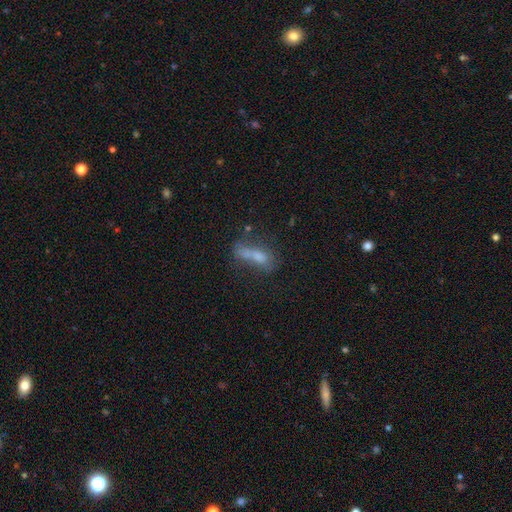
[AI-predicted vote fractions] This appears to be a smooth galaxy with no disk features (57%) that is in between round and cigar-shaped (50%). Merging: none (37%).